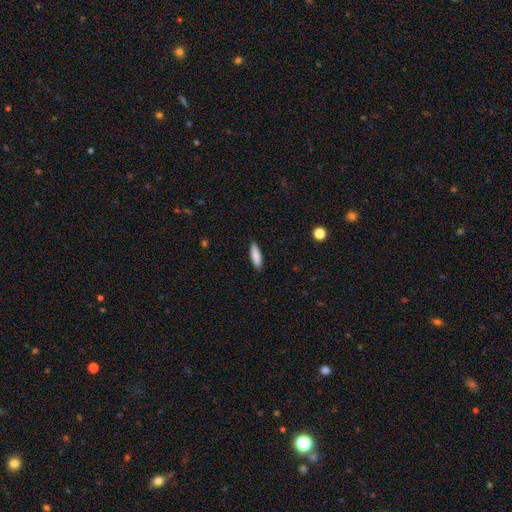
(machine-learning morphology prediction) Q: Smooth or featured?
A: smooth (86%); runner-up: featured or disk (8%)
Q: How rounded?
A: cigar-shaped (55%); runner-up: in between (43%)
Q: Merging?
A: none (88%); runner-up: minor disturbance (9%)